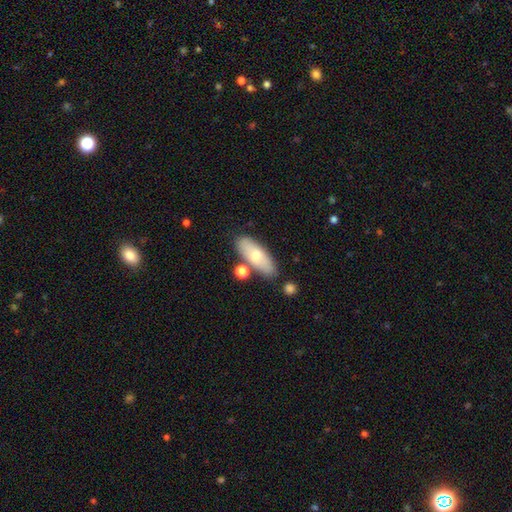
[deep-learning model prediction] The model was most divided on "smooth or featured": smooth: 63%, featured or disk: 30%, star or artifact: 6%. More confident: merging — none (75%); how rounded — in between (73%).